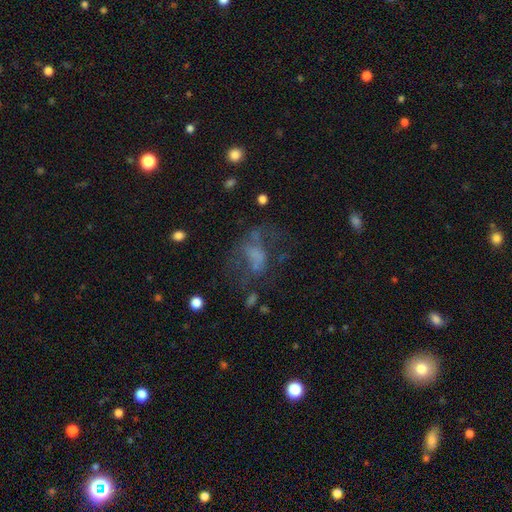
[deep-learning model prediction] Q: Smooth or featured?
A: featured or disk (42%); runner-up: smooth (37%)
Q: Merging?
A: major disturbance (39%); runner-up: none (38%)